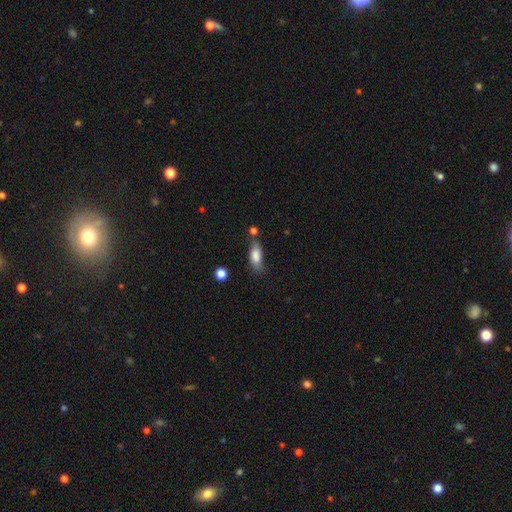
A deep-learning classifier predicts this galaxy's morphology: Overall: smooth (80%). How rounded: in between (75%). Merging: none (59%; minor disturbance 24%).